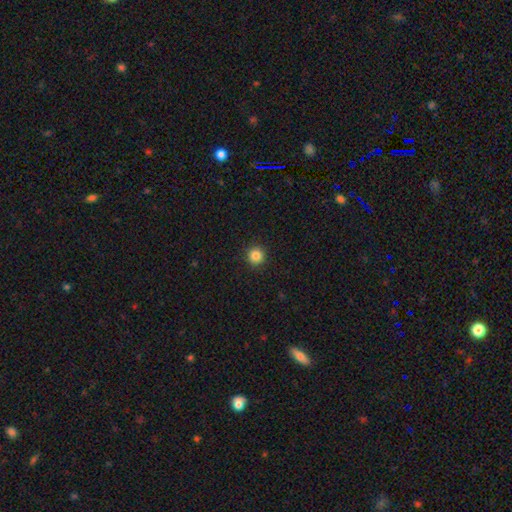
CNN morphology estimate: Q: Smooth or featured?
A: smooth (85%); runner-up: star or artifact (11%)
Q: How rounded?
A: round (95%); runner-up: in between (4%)
Q: Merging?
A: none (93%); runner-up: minor disturbance (5%)